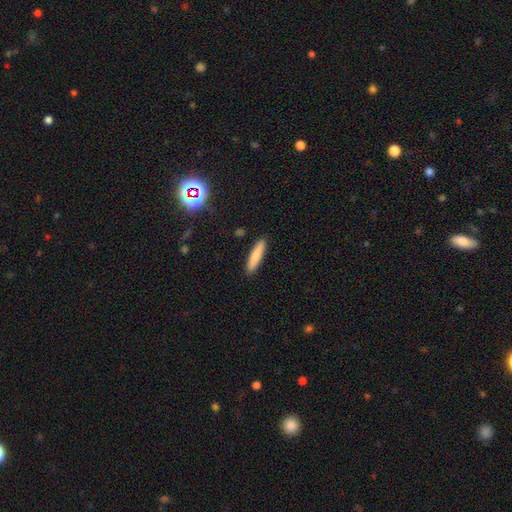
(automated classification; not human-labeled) smooth_or_featured: smooth (p=0.81) [alt: featured or disk p=0.13]
how_rounded: cigar-shaped (p=0.85) [alt: in between p=0.14]
merging: none (p=0.90) [alt: minor disturbance p=0.07]